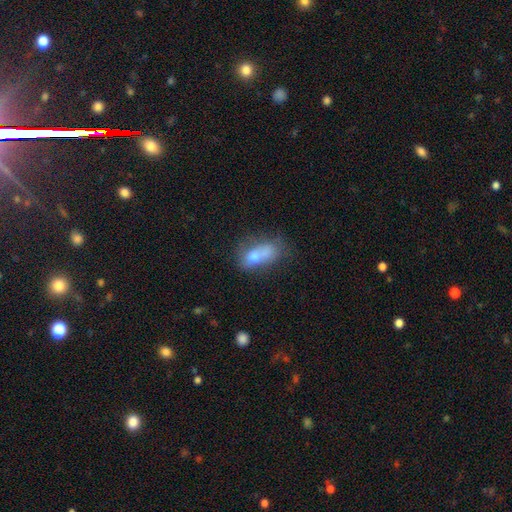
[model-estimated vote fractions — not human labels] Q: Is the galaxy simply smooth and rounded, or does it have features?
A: smooth — 63%.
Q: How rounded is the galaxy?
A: in between — 76%.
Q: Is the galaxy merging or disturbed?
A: merger — 49%.